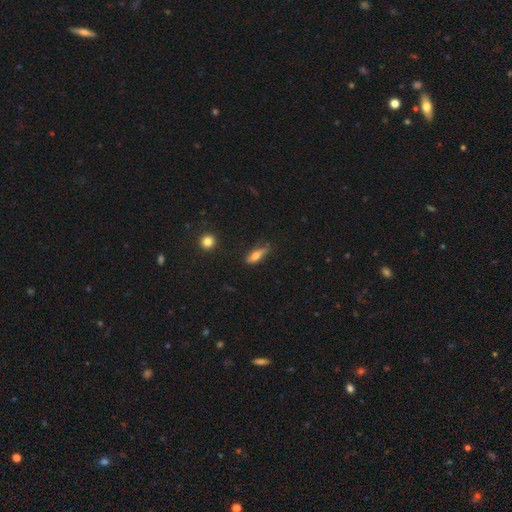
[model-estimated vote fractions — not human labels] Q: Smooth or featured?
A: smooth (67%); runner-up: featured or disk (25%)
Q: How rounded?
A: in between (58%); runner-up: cigar-shaped (39%)
Q: Merging?
A: none (57%); runner-up: minor disturbance (31%)